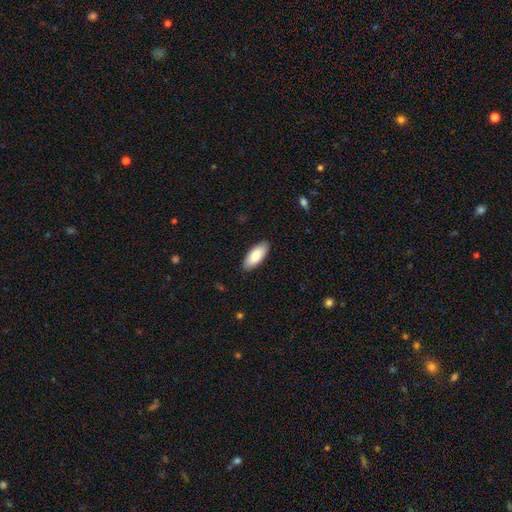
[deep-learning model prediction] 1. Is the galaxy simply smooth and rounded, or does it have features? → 81% smooth, 13% featured or disk, 6% star or artifact.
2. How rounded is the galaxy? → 86% in between, 12% cigar-shaped, 2% round.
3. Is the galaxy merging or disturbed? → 89% none, 8% minor disturbance, 2% major disturbance, 1% merger.